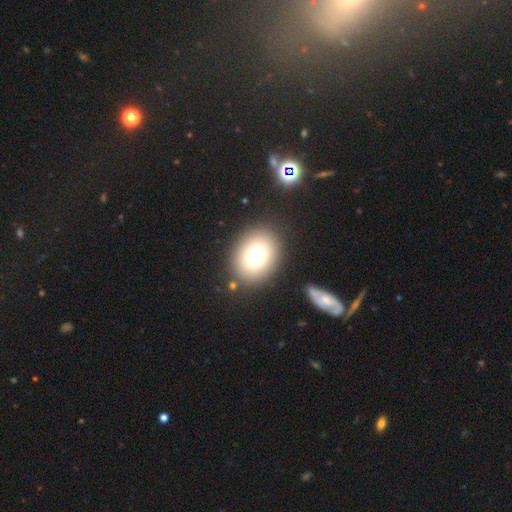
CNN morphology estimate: A smooth galaxy with no disk features (72%) that is round (50%). Merging: none (83%).